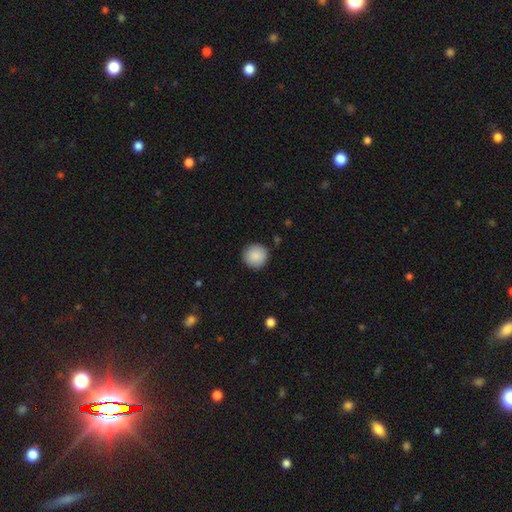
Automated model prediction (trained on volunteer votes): Smooth or featured? Predicted: smooth (p=0.89). How rounded? Predicted: round (p=0.95). Merging? Predicted: none (p=0.90).